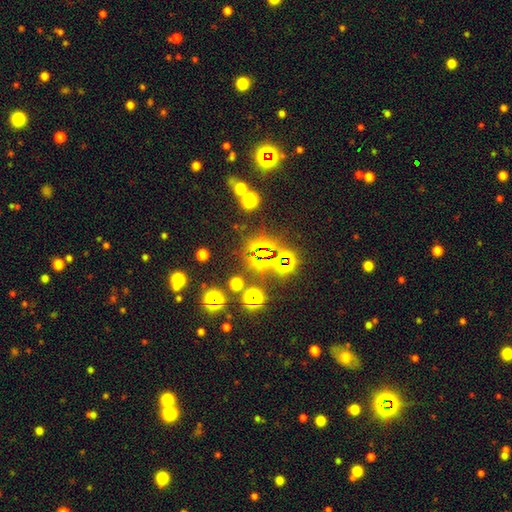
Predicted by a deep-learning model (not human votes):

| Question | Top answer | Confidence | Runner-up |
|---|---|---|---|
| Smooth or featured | star or artifact | 71% | smooth (18%) |